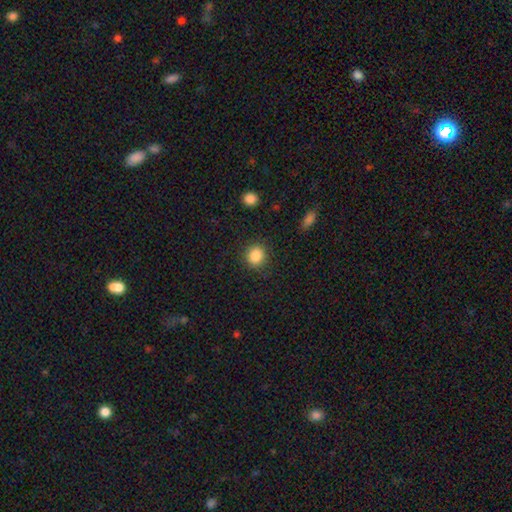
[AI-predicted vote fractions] Smooth or featured? smooth (86%)
How rounded? round (84%)
Merging? none (86%)